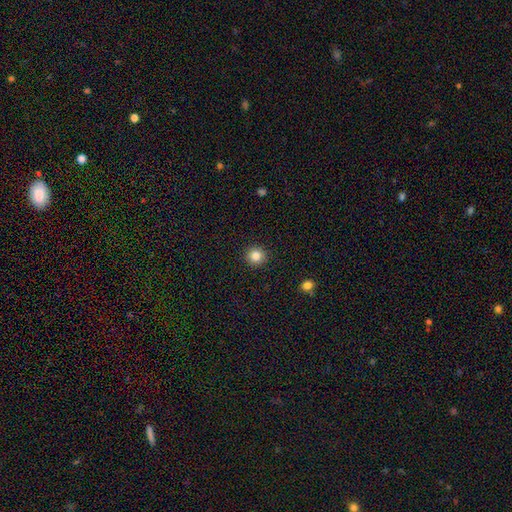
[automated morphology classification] Overall: smooth (84%). How rounded: round (94%). Merging: none (92%).